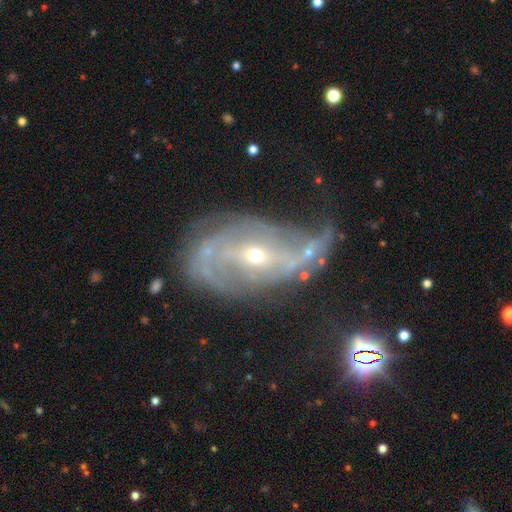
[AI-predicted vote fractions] This appears to be a featured or disk galaxy (82%) with no bar (40%), 2 (57%) loose (37%, tied with medium) spiral arms (84%) and a small central bulge (67%). Merging: none (33%).